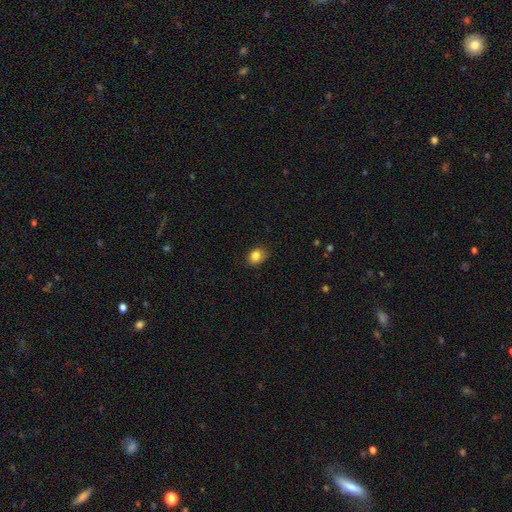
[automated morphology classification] smooth_or_featured: smooth (p=0.85) [alt: star or artifact p=0.10]
how_rounded: in between (p=0.51) [alt: round p=0.48]
merging: none (p=0.83) [alt: minor disturbance p=0.13]